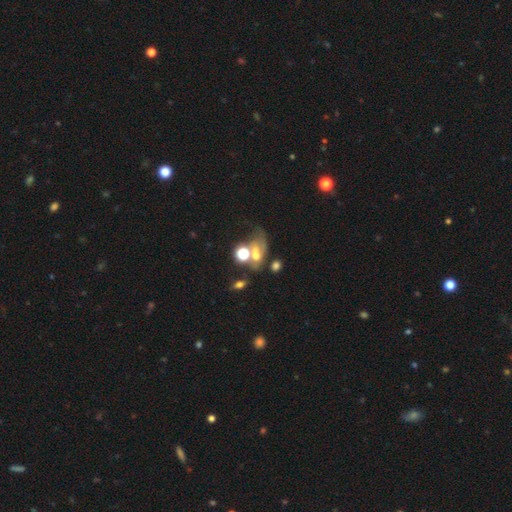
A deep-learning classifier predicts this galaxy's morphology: Overall: smooth (44%; featured or disk 33%). Merging: merger (33%; major disturbance 27%).